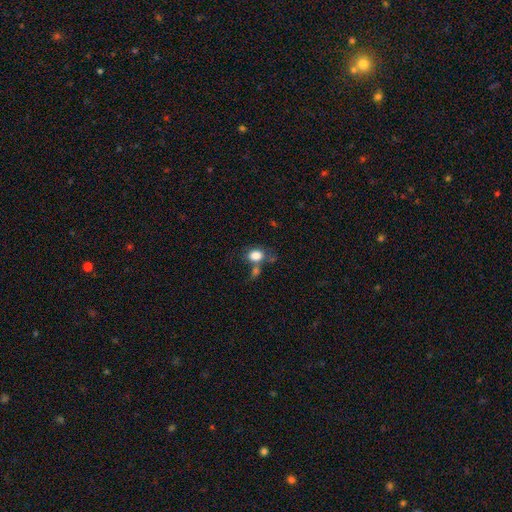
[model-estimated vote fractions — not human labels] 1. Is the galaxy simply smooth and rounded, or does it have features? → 83% smooth, 9% star or artifact, 8% featured or disk.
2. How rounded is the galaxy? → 63% in between, 36% round, 1% cigar-shaped.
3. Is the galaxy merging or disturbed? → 45% none, 29% merger, 17% minor disturbance, 9% major disturbance.